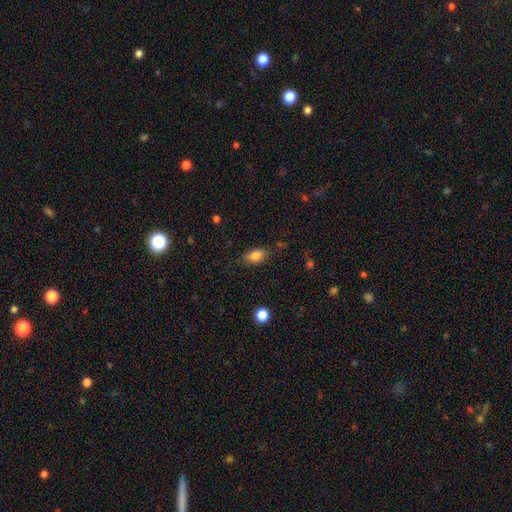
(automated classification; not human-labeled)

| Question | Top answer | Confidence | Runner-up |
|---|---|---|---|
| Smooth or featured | smooth | 82% | featured or disk (10%) |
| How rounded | in between | 86% | round (8%) |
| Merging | none | 79% | minor disturbance (15%) |